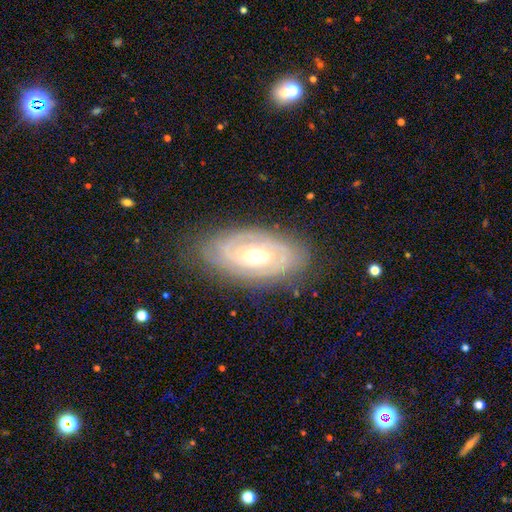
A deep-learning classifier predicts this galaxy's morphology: The model was most divided on "bar": weak: 43%, no: 41%, strong: 16%. Remaining: edge-on disk — no (93%); spiral arms — yes (89%); smooth or featured — featured or disk (82%); merging — none (77%); spiral winding — tight (73%); bulge size — moderate (71%); spiral arm count — can't tell (40%).